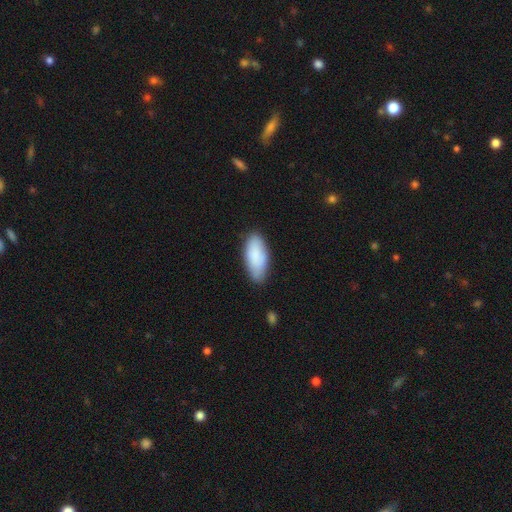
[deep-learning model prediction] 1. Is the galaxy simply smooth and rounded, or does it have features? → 86% smooth, 9% featured or disk, 6% star or artifact.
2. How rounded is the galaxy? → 88% in between, 10% cigar-shaped, 2% round.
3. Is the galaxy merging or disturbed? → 76% none, 20% minor disturbance, 3% major disturbance, 2% merger.